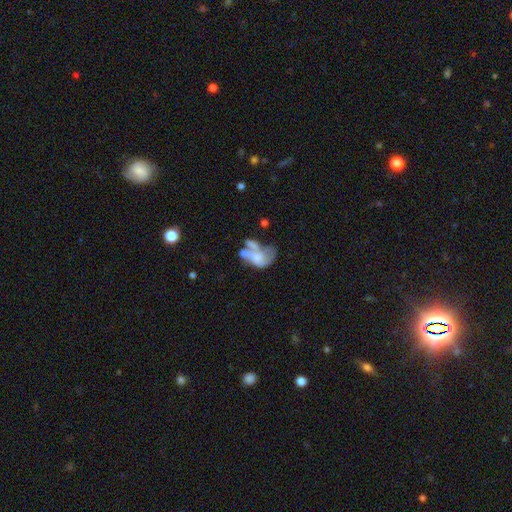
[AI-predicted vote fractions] A featured or disk galaxy (50%).

Vote fractions:
- Smooth or featured? featured or disk: 50% / smooth: 41% / star or artifact: 10%
- Merging? merger: 39% / major disturbance: 30% / none: 17% / minor disturbance: 14%